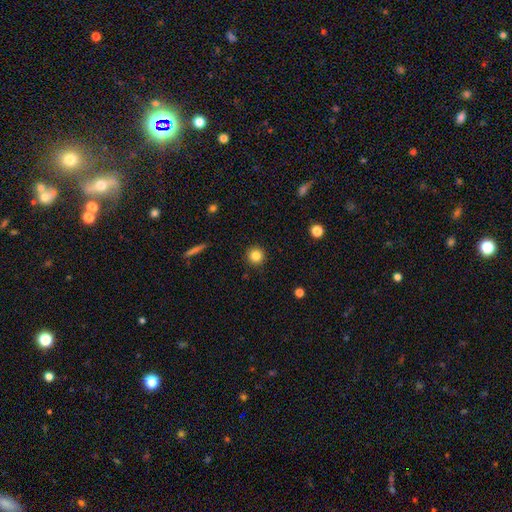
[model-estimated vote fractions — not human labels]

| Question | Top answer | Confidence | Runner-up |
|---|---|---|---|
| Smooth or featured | smooth | 83% | star or artifact (11%) |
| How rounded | round | 95% | in between (4%) |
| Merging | none | 92% | minor disturbance (5%) |